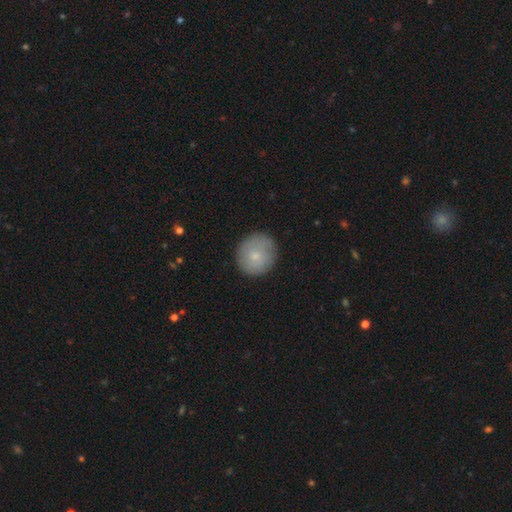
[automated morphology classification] smooth_or_featured: smooth (p=0.73) [alt: featured or disk p=0.20]
how_rounded: round (p=0.87) [alt: in between p=0.12]
merging: none (p=0.83) [alt: minor disturbance p=0.13]